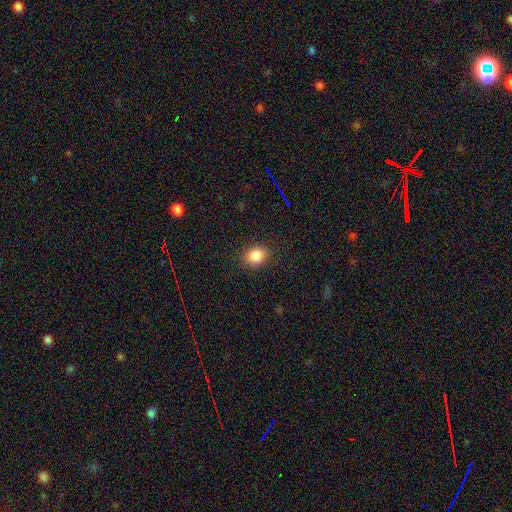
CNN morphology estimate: smooth_or_featured: smooth (p=0.85) [alt: star or artifact p=0.10]
how_rounded: in between (p=0.55) [alt: round p=0.44]
merging: none (p=0.87) [alt: minor disturbance p=0.10]